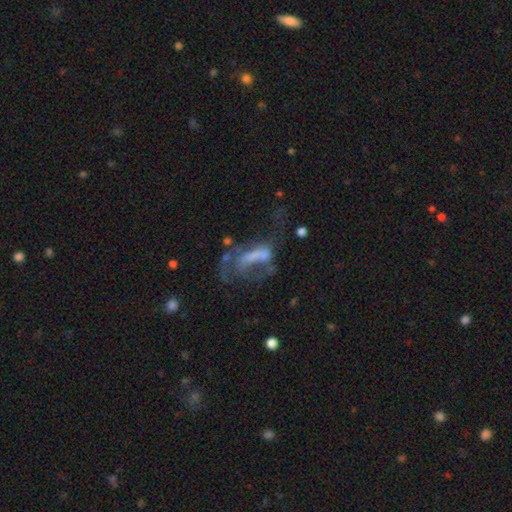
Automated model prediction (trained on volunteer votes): A featured or disk galaxy (56%) with no bar (54%), no spiral arms (66%) and no central bulge (54%). Merging: major disturbance (48%).